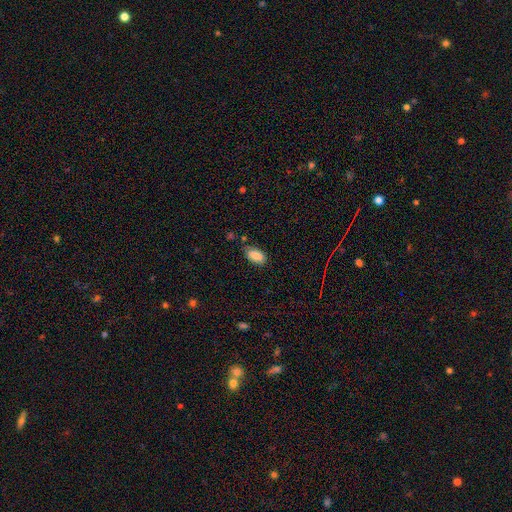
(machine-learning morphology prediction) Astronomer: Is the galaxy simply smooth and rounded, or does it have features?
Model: smooth — 84%.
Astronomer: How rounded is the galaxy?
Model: in between — 92%.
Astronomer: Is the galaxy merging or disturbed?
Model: none — 74%.